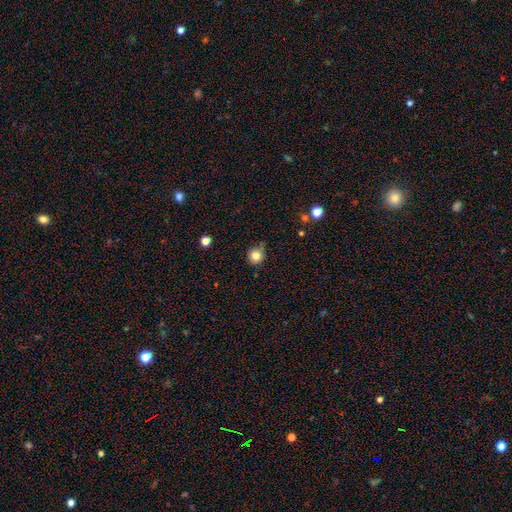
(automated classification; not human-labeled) Smooth or featured: smooth — 82% (star or artifact — 11%)
How rounded: round — 89% (in between — 10%)
Merging: none — 77% (minor disturbance — 17%)